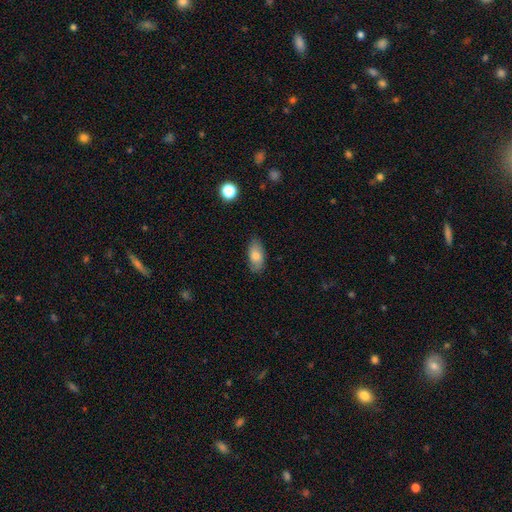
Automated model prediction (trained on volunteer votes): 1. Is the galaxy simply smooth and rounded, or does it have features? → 76% smooth, 16% featured or disk, 7% star or artifact.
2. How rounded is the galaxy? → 91% in between, 5% cigar-shaped, 4% round.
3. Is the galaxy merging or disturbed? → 77% none, 18% minor disturbance, 3% major disturbance, 1% merger.